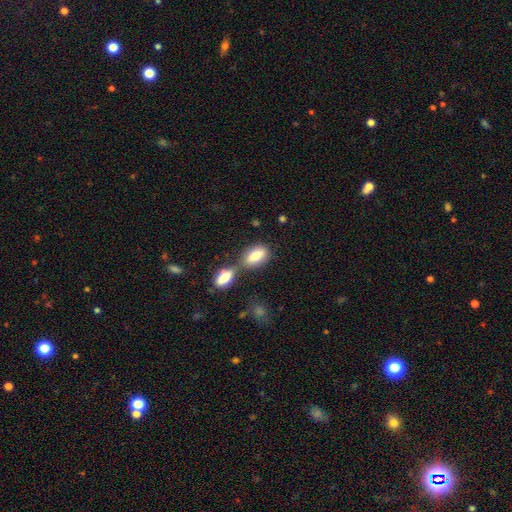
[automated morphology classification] The model was most divided on "merging": none: 44%, merger: 40%, minor disturbance: 12%, major disturbance: 4%. More confident: how rounded — in between (88%); smooth or featured — smooth (79%).